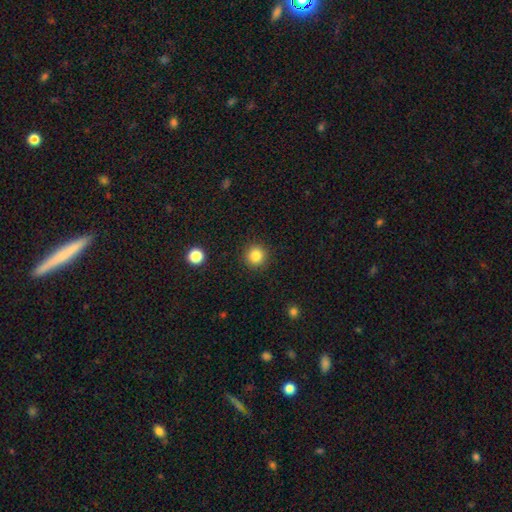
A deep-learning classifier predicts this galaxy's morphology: The model was most divided on "smooth or featured": smooth: 84%, star or artifact: 11%, featured or disk: 5%. More confident: how rounded — round (94%); merging — none (91%).